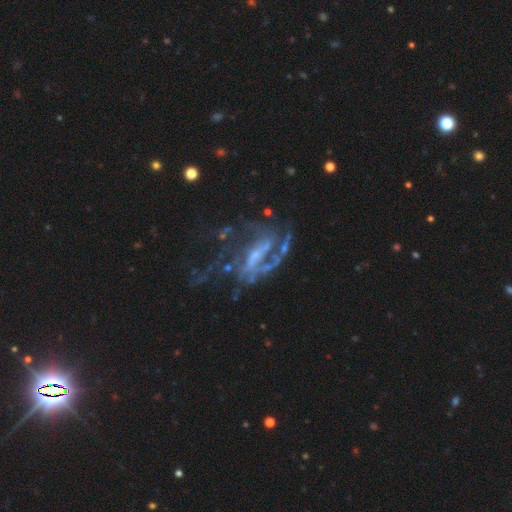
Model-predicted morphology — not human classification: Overall: featured or disk (83%). Edge-on disk: no (94%). Bar: strong (38%, tied with weak). Spiral arms: yes (84%). Spiral arm count: 2 (38%; can't tell 28%). Spiral winding: medium (43%; loose 34%). Bulge size: small (54%; moderate 22%). Merging: major disturbance (39%, tied with none).